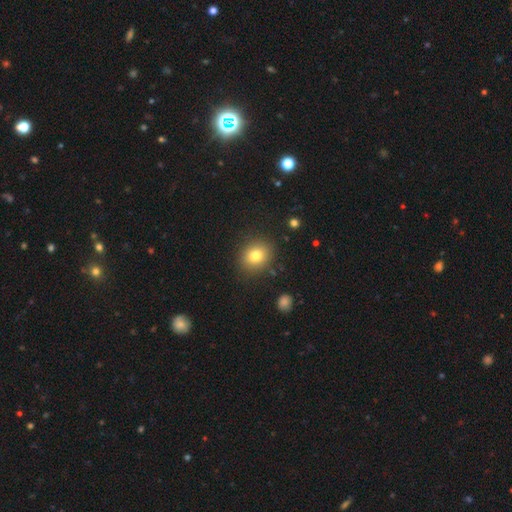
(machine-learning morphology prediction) A smooth galaxy with no disk features (79%) that is round (64%). Merging: none (86%).